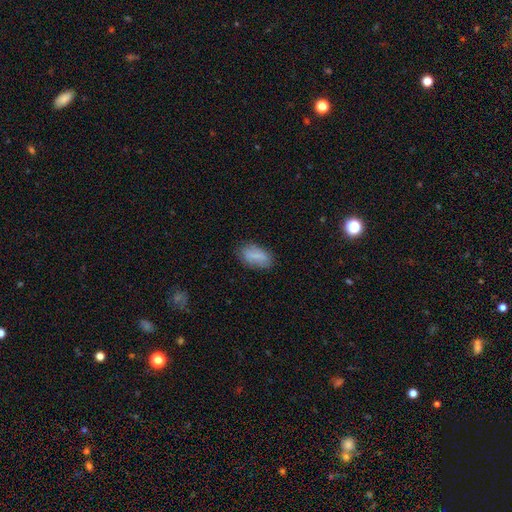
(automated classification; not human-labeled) The model was most divided on "smooth or featured": smooth: 76%, featured or disk: 16%, star or artifact: 8%. More confident: how rounded — in between (89%); merging — none (79%).